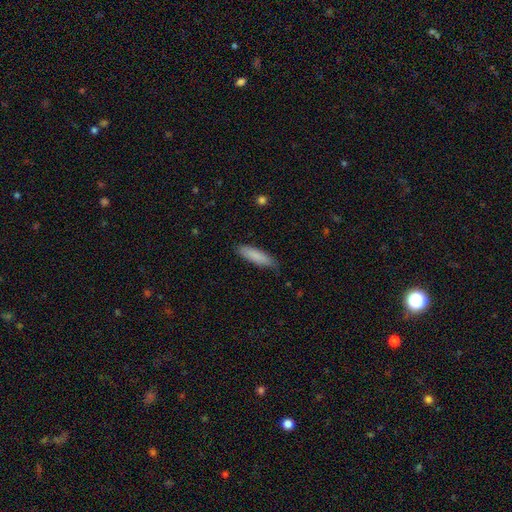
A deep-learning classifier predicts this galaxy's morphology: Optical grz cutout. It shows a smooth galaxy with no disk features (84%) that is cigar-shaped (69%). Merging: none (82%).